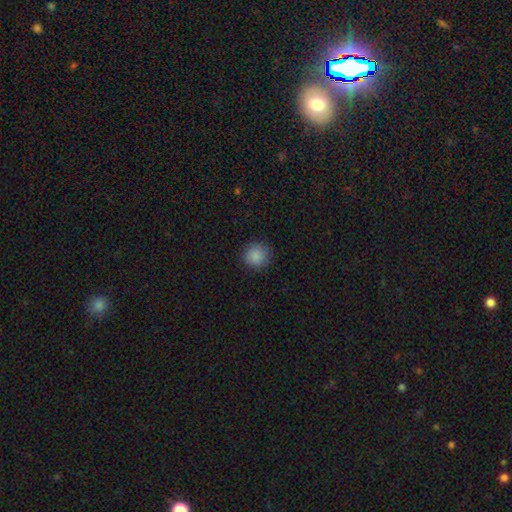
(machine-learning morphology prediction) smooth-or-featured: smooth: 87% | star or artifact: 9% | featured or disk: 3%
  how-rounded: round: 92% | in between: 7% | cigar-shaped: 1%
  merging: none: 87% | minor disturbance: 10% | major disturbance: 3% | merger: 1%